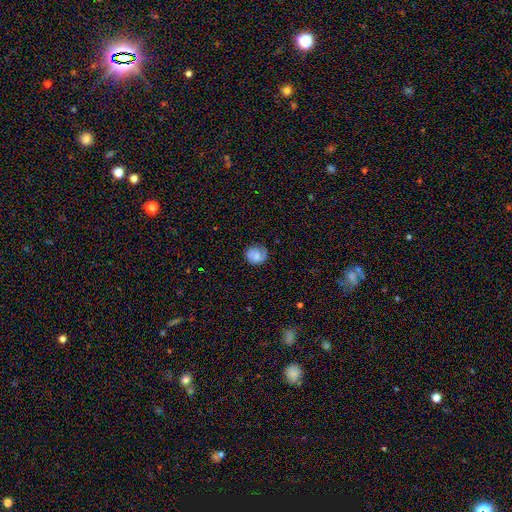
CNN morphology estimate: Q: Smooth or featured?
A: smooth (64%); runner-up: featured or disk (27%)
Q: How rounded?
A: round (78%); runner-up: in between (22%)
Q: Merging?
A: none (70%); runner-up: minor disturbance (22%)